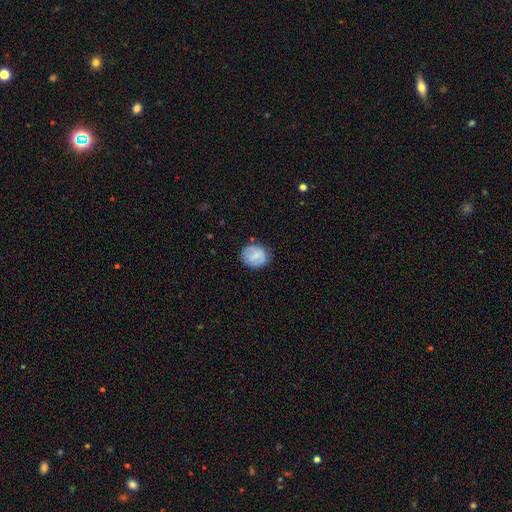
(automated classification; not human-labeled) Smooth or featured: smooth — 62% (featured or disk — 30%)
How rounded: round — 69% (in between — 30%)
Merging: none — 77% (minor disturbance — 17%)